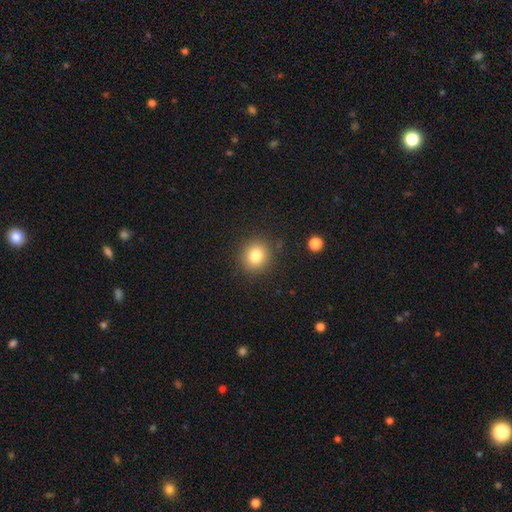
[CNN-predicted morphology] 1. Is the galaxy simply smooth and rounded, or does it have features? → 80% smooth, 12% star or artifact, 8% featured or disk.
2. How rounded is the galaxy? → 85% round, 14% in between, 1% cigar-shaped.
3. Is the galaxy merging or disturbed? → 87% none, 8% minor disturbance, 3% major disturbance, 2% merger.